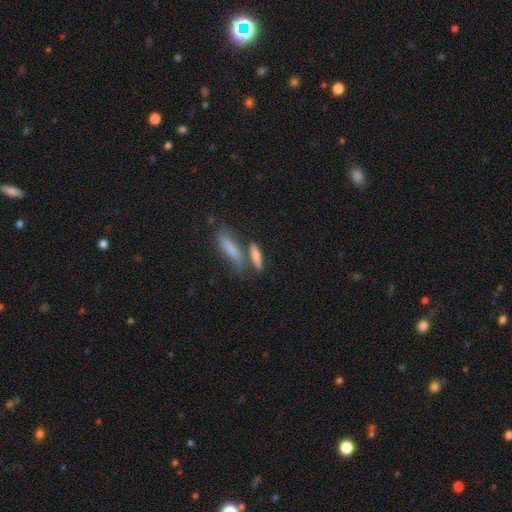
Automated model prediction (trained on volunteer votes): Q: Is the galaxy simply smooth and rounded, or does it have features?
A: smooth — 69%.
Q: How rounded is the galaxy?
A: cigar-shaped — 68%.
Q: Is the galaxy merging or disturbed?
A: none — 48%.